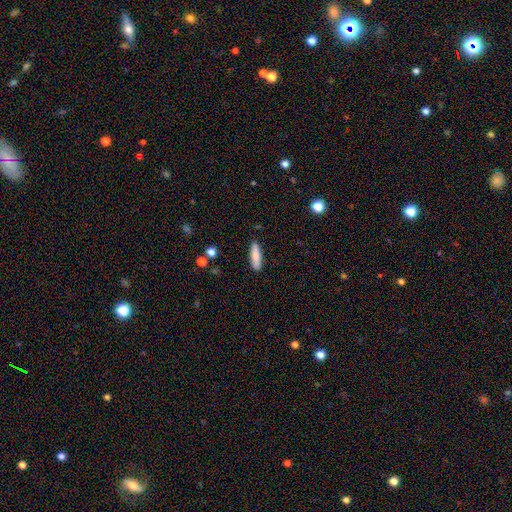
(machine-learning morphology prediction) Smooth or featured?
  - smooth: 83% *
  - featured or disk: 11%
  - star or artifact: 6%
How rounded?
  - cigar-shaped: 68% *
  - in between: 30%
  - round: 2%
Merging?
  - none: 88% *
  - minor disturbance: 9%
  - major disturbance: 2%
  - merger: 1%